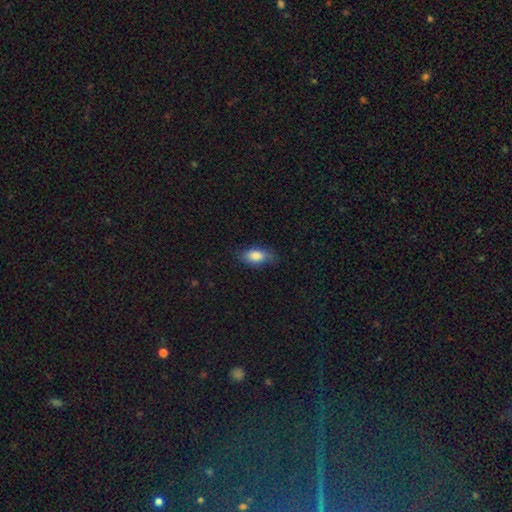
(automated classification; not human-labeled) Smooth or featured? smooth (85%)
How rounded? in between (89%)
Merging? none (78%)